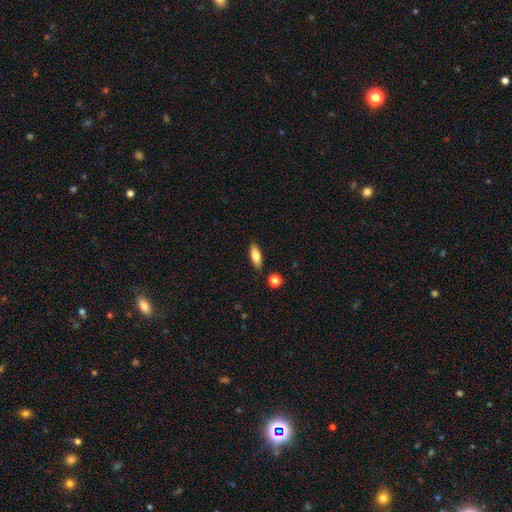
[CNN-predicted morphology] smooth-or-featured: smooth: 73% | featured or disk: 20% | star or artifact: 7%
  how-rounded: in between: 64% | cigar-shaped: 33% | round: 3%
  merging: none: 86% | minor disturbance: 9% | merger: 3% | major disturbance: 2%